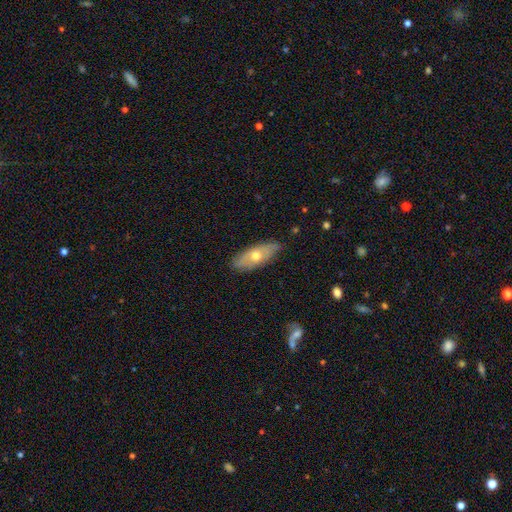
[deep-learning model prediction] Smooth or featured? featured or disk (48%)
Merging? none (80%)